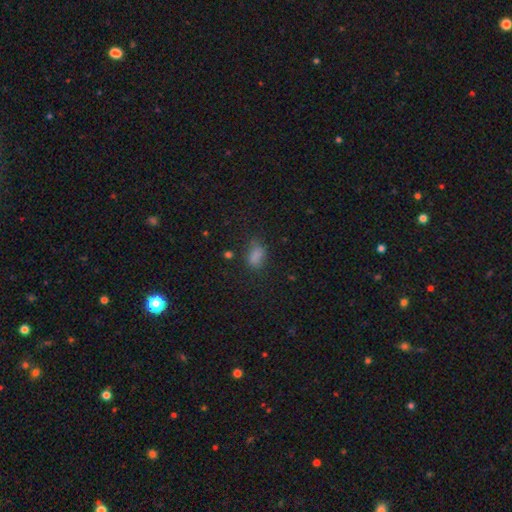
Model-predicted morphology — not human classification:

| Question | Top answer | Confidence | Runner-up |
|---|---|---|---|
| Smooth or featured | smooth | 79% | star or artifact (14%) |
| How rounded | in between | 82% | round (15%) |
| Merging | none | 61% | minor disturbance (24%) |